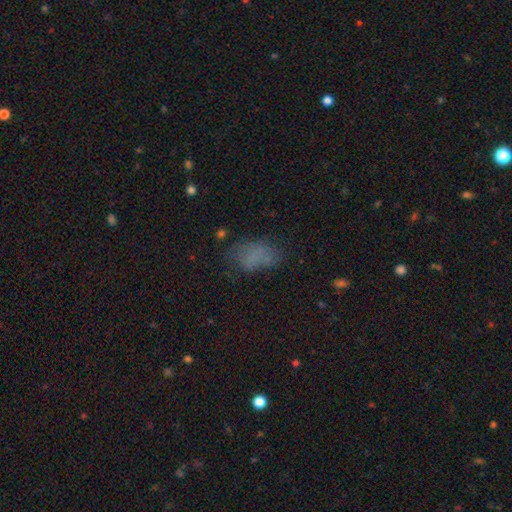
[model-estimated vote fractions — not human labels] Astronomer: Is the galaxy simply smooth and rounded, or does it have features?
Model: smooth — 66%.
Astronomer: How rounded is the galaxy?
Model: in between — 88%.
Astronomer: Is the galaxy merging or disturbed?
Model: none — 51%.